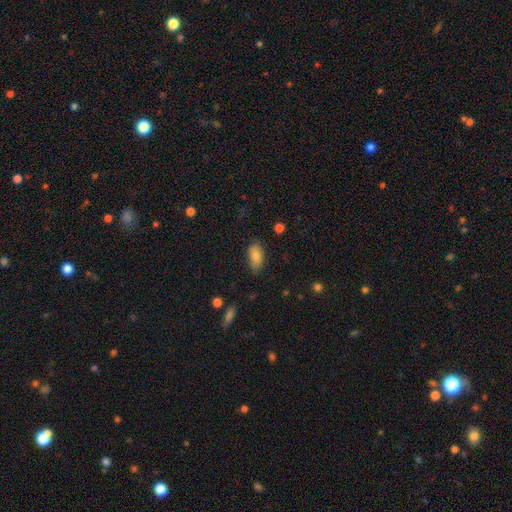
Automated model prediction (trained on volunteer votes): A smooth galaxy with no disk features (80%) that is in between round and cigar-shaped (91%).

Vote fractions:
- Smooth or featured? smooth: 80% / featured or disk: 12% / star or artifact: 8%
- How rounded? in between: 91% / cigar-shaped: 5% / round: 4%
- Merging? none: 74% / minor disturbance: 21% / major disturbance: 4% / merger: 1%